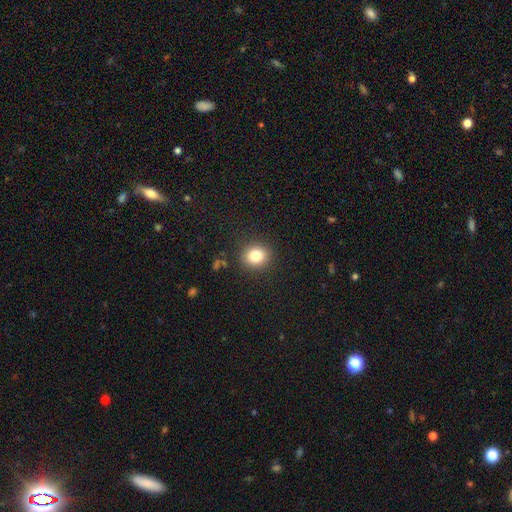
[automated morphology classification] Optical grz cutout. It shows a smooth galaxy with no disk features (82%) that is round (77%). Merging: none (89%).